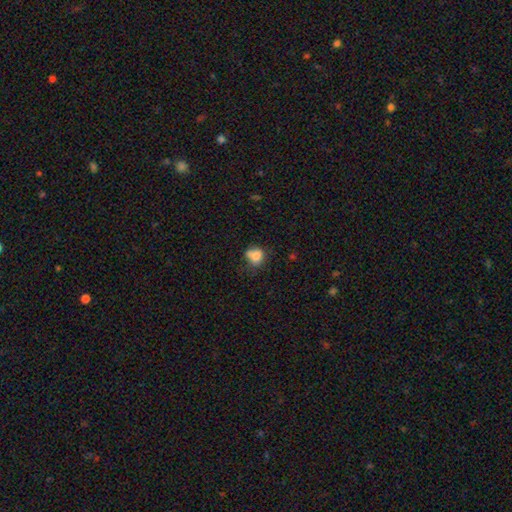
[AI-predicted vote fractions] Smooth or featured: smooth — 77% (featured or disk — 13%)
How rounded: round — 58% (in between — 41%)
Merging: none — 40% (merger — 26%)